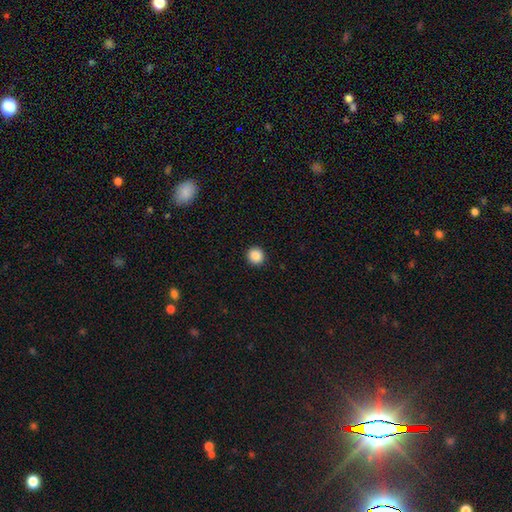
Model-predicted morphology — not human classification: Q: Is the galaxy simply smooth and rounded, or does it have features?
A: smooth — 88%.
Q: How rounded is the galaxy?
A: round — 94%.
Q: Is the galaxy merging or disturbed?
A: none — 93%.